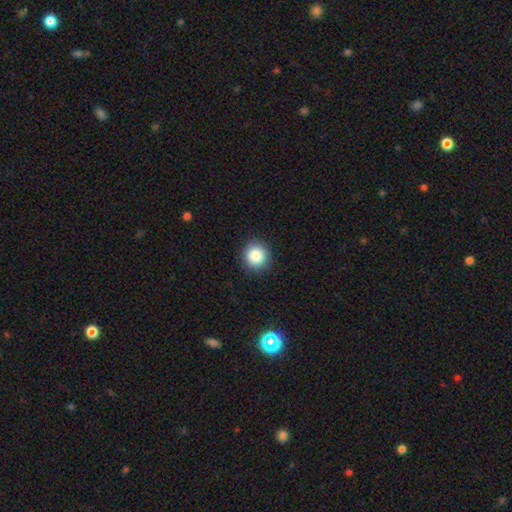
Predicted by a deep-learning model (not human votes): Smooth or featured?
  - smooth: 85% *
  - star or artifact: 10%
  - featured or disk: 5%
How rounded?
  - round: 93% *
  - in between: 7%
  - cigar-shaped: 1%
Merging?
  - none: 92% *
  - minor disturbance: 6%
  - major disturbance: 2%
  - merger: 1%